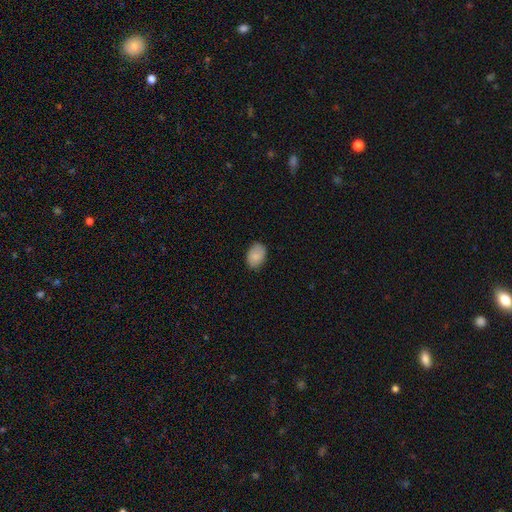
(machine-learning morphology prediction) smooth-or-featured: smooth: 86% | star or artifact: 7% | featured or disk: 7%
  how-rounded: in between: 79% | round: 20% | cigar-shaped: 1%
  merging: none: 86% | minor disturbance: 11% | major disturbance: 2% | merger: 1%